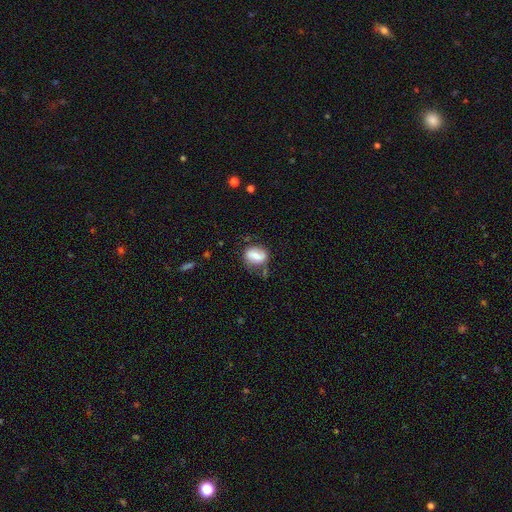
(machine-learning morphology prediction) This is possibly a smooth galaxy (58%). How rounded: possibly in between (54%). Merging: possibly none (59%).